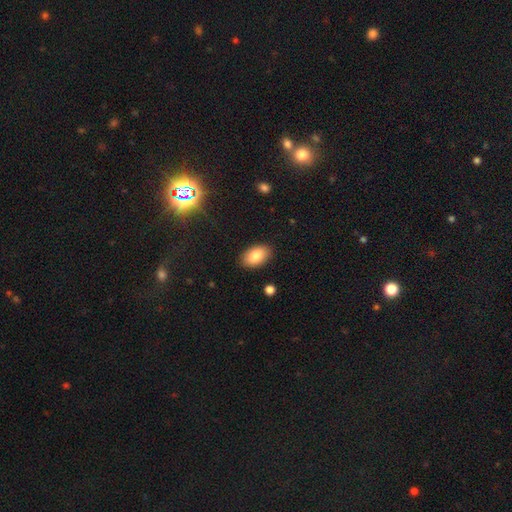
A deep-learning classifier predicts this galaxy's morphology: Smooth or featured?
  - smooth: 84% *
  - featured or disk: 9%
  - star or artifact: 8%
How rounded?
  - in between: 93% *
  - round: 6%
  - cigar-shaped: 1%
Merging?
  - none: 88% *
  - minor disturbance: 9%
  - major disturbance: 2%
  - merger: 1%